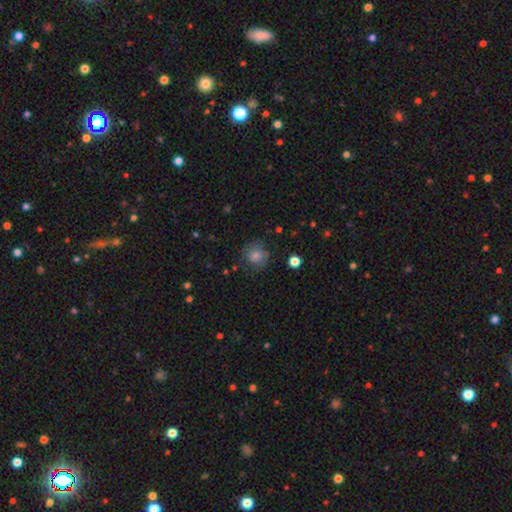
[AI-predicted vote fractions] Smooth or featured? Predicted: smooth (p=0.74). How rounded? Predicted: round (p=0.87). Merging? Predicted: none (p=0.80).